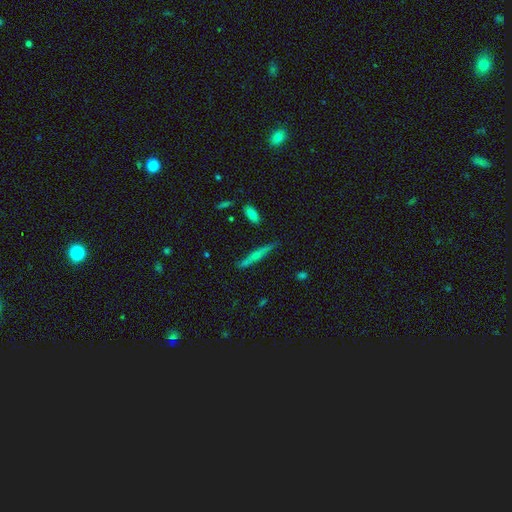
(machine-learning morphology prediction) smooth-or-featured: featured or disk: 58% | smooth: 34% | star or artifact: 8%
  disk-edge-on: yes: 95% | no: 5%
    edge-on-bulge: rounded: 74% | none: 21% | boxy: 6%
  merging: none: 83% | minor disturbance: 13% | major disturbance: 2% | merger: 2%